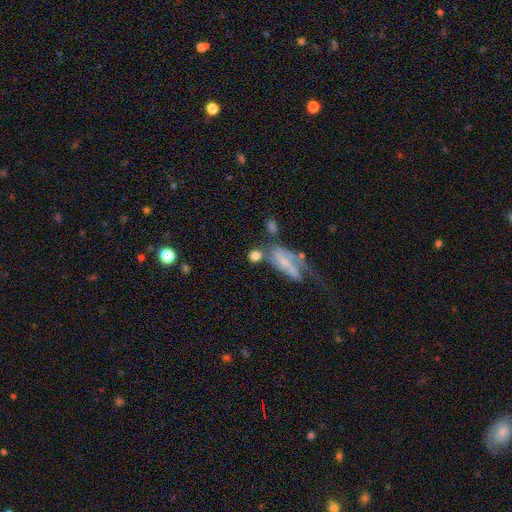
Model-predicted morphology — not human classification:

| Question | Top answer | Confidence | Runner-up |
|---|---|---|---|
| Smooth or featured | smooth | 71% | featured or disk (19%) |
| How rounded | round | 57% | in between (36%) |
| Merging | none | 48% | merger (28%) |